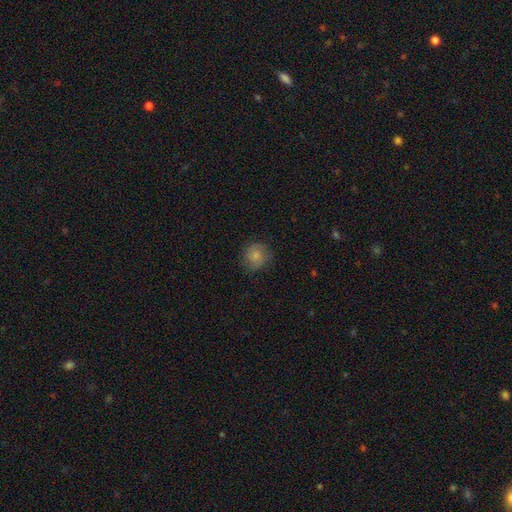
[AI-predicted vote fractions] Q: Smooth or featured?
A: smooth (80%); runner-up: featured or disk (12%)
Q: How rounded?
A: round (87%); runner-up: in between (12%)
Q: Merging?
A: none (77%); runner-up: minor disturbance (17%)